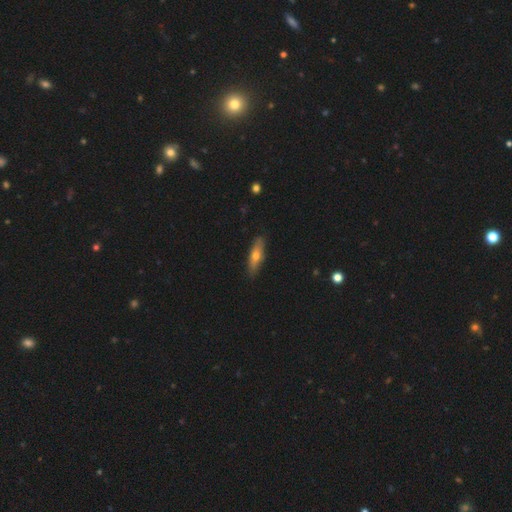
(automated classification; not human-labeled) The model was most divided on "how rounded": cigar-shaped: 56%, in between: 42%, round: 3%. More confident: merging — none (86%); smooth or featured — smooth (59%).